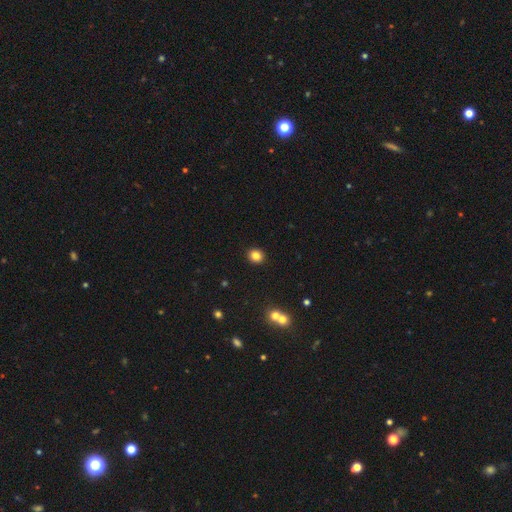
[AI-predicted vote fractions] This is clearly a smooth galaxy (84%). How rounded: likely round (77%). Merging: clearly none (91%).